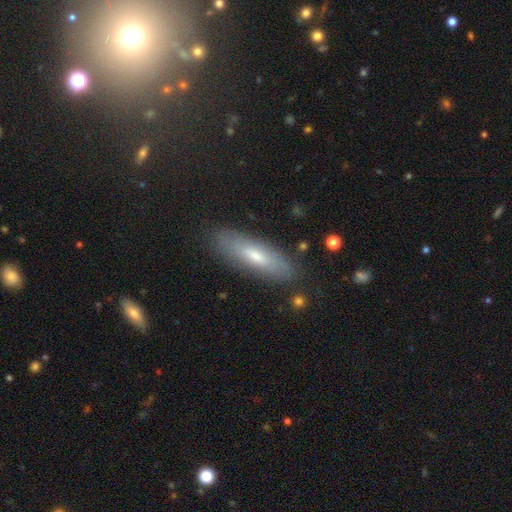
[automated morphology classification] The model was most divided on "how rounded": in between: 53%, cigar-shaped: 45%, round: 2%. More confident: merging — none (83%); smooth or featured — smooth (55%).